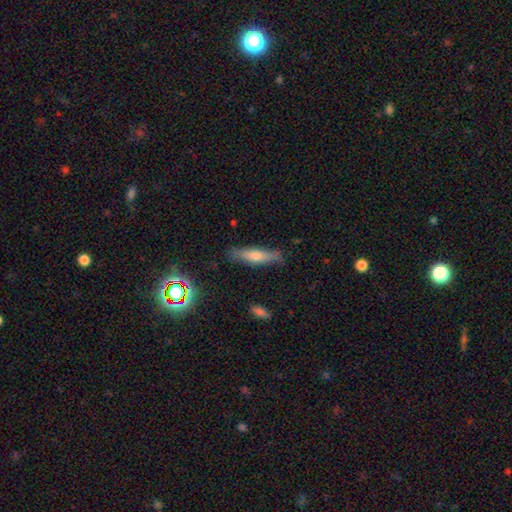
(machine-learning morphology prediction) Smooth or featured?
  - smooth: 55% *
  - featured or disk: 34%
  - star or artifact: 10%
How rounded?
  - cigar-shaped: 77% *
  - in between: 21%
  - round: 2%
Merging?
  - none: 83% *
  - minor disturbance: 13%
  - major disturbance: 3%
  - merger: 2%